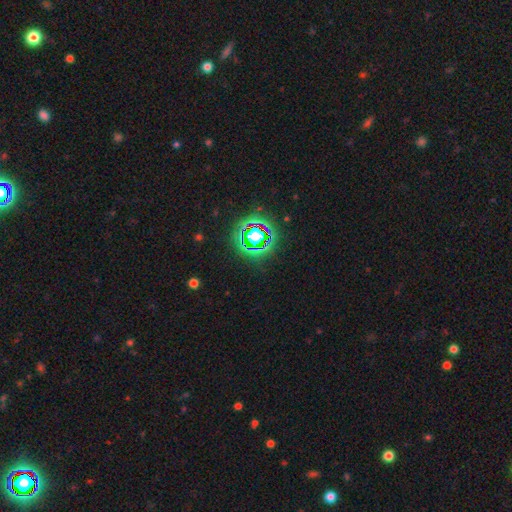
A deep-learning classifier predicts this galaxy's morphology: Smooth or featured: star or artifact — 78% (smooth — 13%)